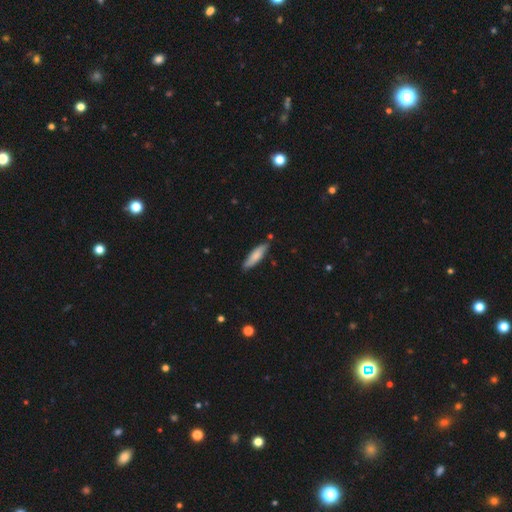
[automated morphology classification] The model was most divided on "how rounded": cigar-shaped: 71%, in between: 28%, round: 1%. More confident: merging — none (83%); smooth or featured — smooth (76%).